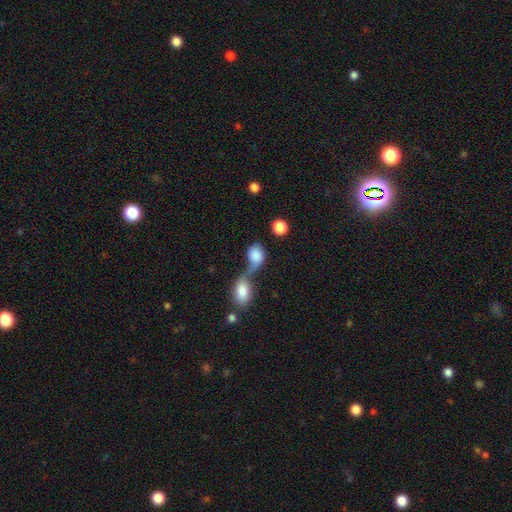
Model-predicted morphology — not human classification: This is clearly a smooth galaxy (82%). How rounded: possibly in between (58%). Merging: likely merger (61%).